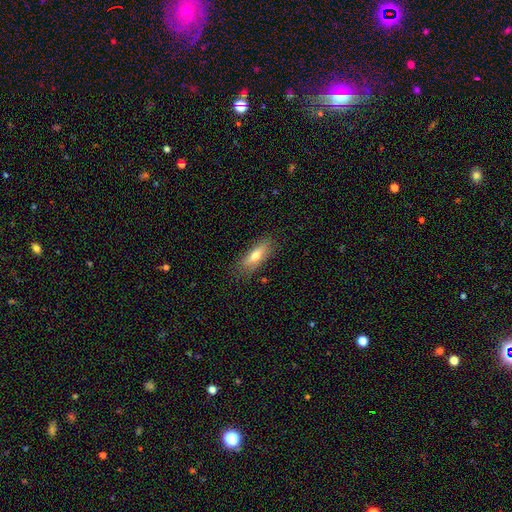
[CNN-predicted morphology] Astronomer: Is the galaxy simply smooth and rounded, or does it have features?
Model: smooth — 69%.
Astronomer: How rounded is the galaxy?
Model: in between — 56% (runner-up: cigar-shaped, 41%).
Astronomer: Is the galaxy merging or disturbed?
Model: none — 80%.